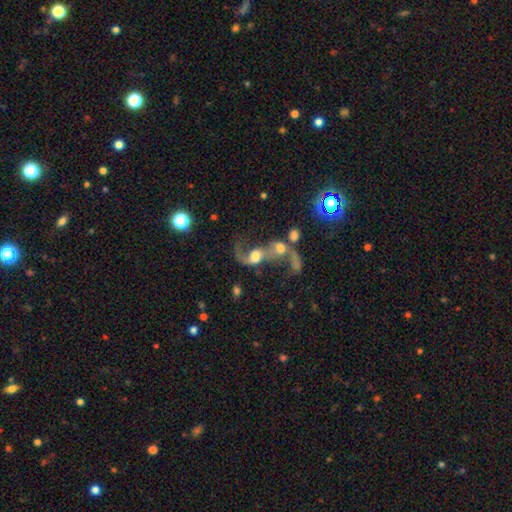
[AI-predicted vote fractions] smooth_or_featured: featured or disk (p=0.63) [alt: smooth p=0.25]
disk_edge_on: no (p=0.96) [alt: yes p=0.04]
bar: no (p=0.62) [alt: weak p=0.28]
has_spiral_arms: yes (p=0.73) [alt: no p=0.27]
bulge_size: moderate (p=0.41) [alt: large p=0.32]
merging: merger (p=0.71) [alt: major disturbance p=0.15]